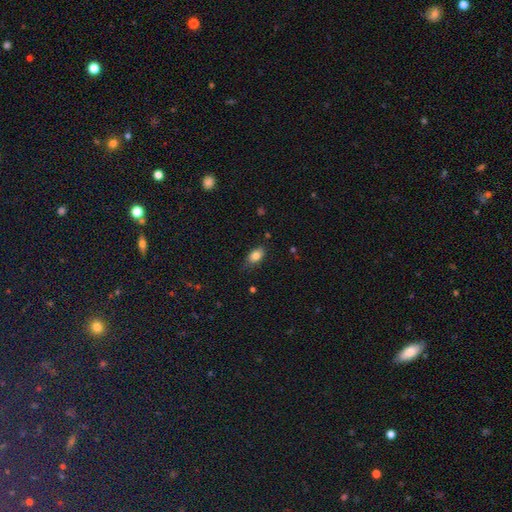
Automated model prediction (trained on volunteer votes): A smooth galaxy with no disk features (82%) that is in between round and cigar-shaped (87%). Merging: none (74%).